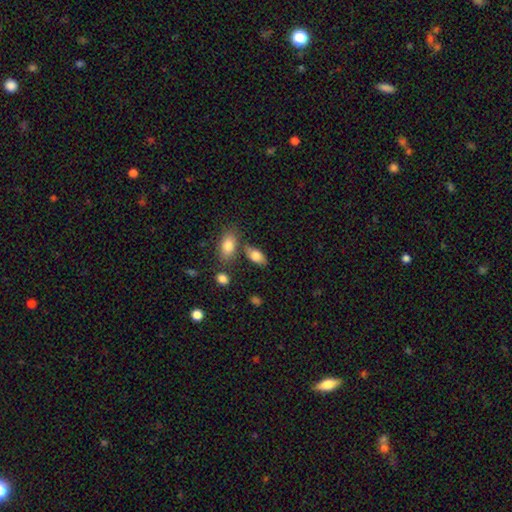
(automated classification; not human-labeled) Smooth or featured?
  - smooth: 81% *
  - featured or disk: 11%
  - star or artifact: 7%
How rounded?
  - in between: 91% *
  - round: 5%
  - cigar-shaped: 4%
Merging?
  - none: 69% *
  - minor disturbance: 14%
  - merger: 13%
  - major disturbance: 4%